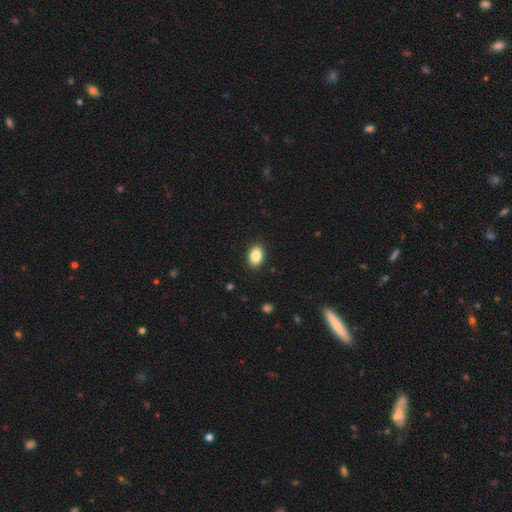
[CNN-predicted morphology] Overall: smooth (86%). How rounded: in between (88%). Merging: none (90%).